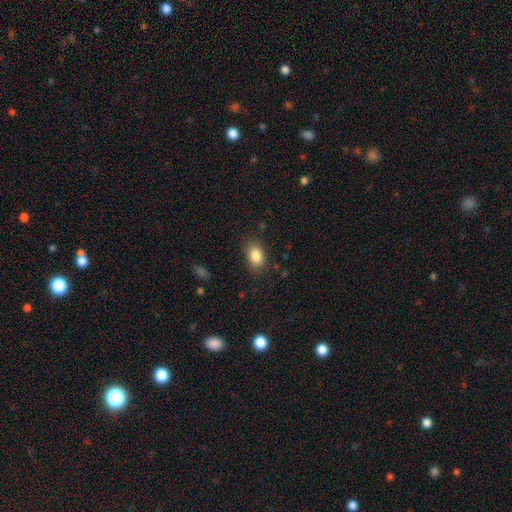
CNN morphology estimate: Smooth or featured? Predicted: smooth (p=0.86). How rounded? Predicted: in between (p=0.85). Merging? Predicted: none (p=0.83).